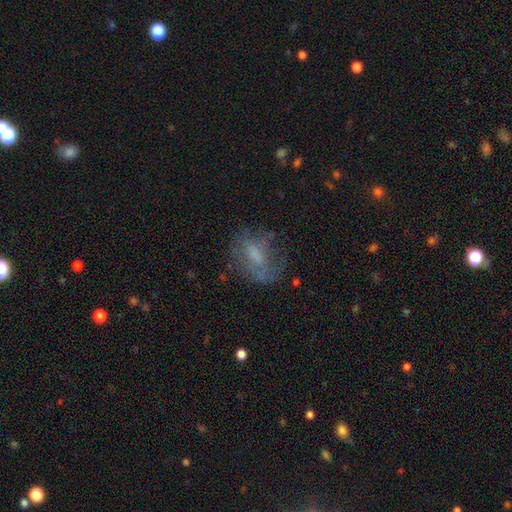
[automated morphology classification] smooth 47%, featured or disk 41%, star or artifact 12%. Down the decision tree: merging — none (52%).